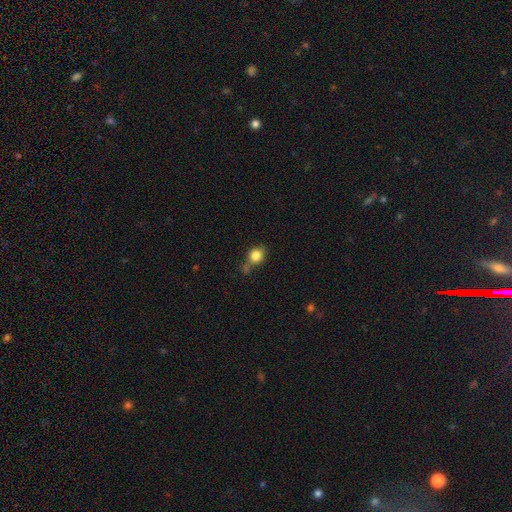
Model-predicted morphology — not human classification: Q: Smooth or featured?
A: smooth (82%); runner-up: star or artifact (10%)
Q: How rounded?
A: round (72%); runner-up: in between (27%)
Q: Merging?
A: none (52%); runner-up: minor disturbance (22%)